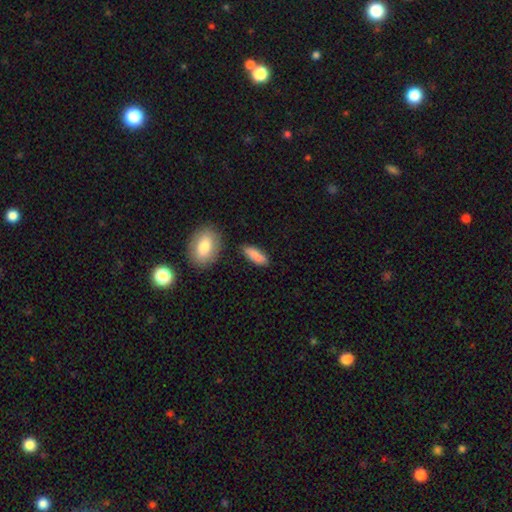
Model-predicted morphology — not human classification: Q: Smooth or featured?
A: smooth (87%); runner-up: featured or disk (7%)
Q: How rounded?
A: in between (57%); runner-up: cigar-shaped (41%)
Q: Merging?
A: none (80%); runner-up: minor disturbance (13%)